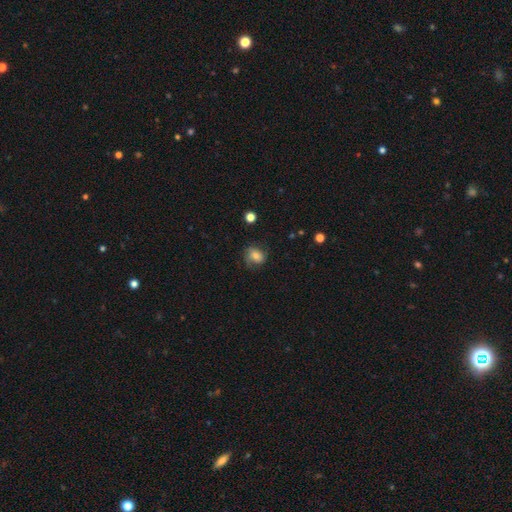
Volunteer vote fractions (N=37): Smooth or featured: smooth — 54% (featured or disk — 41%)
How rounded: round — 70% (in between — 30%)
Merging: none — 71% (minor disturbance — 23%)